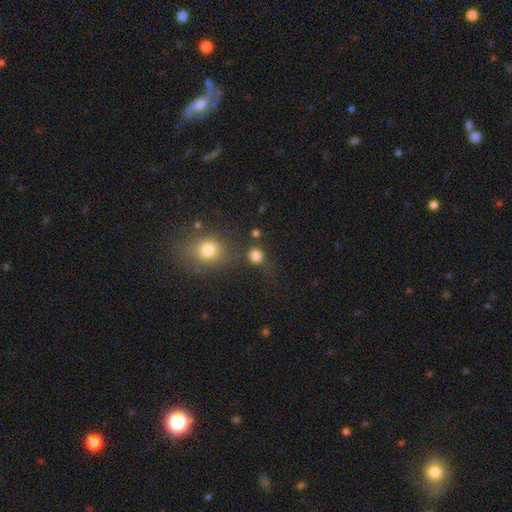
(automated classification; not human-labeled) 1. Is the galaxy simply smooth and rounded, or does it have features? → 81% smooth, 14% star or artifact, 5% featured or disk.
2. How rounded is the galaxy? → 82% round, 17% in between, 1% cigar-shaped.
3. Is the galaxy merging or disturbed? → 73% none, 12% minor disturbance, 10% merger, 6% major disturbance.